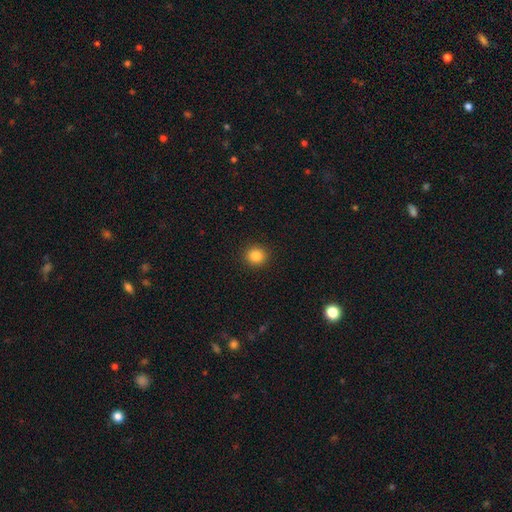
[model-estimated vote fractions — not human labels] This appears to be a smooth galaxy with no disk features (85%) that is round (89%). Merging: none (92%).